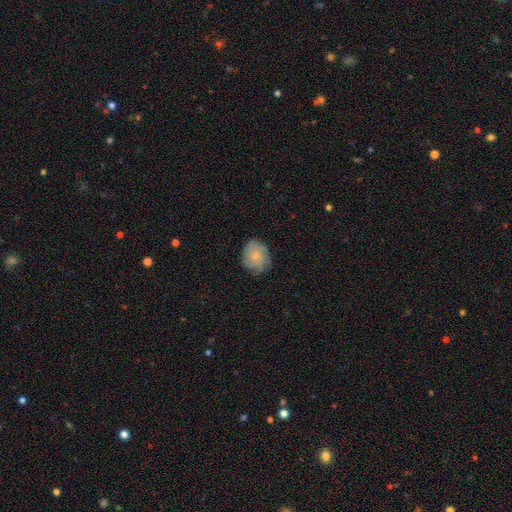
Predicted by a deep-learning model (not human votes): A smooth galaxy with no disk features (53%) that is round (67%).

Vote fractions:
- Smooth or featured? smooth: 53% / featured or disk: 39% / star or artifact: 8%
- How rounded? round: 67% / in between: 32% / cigar-shaped: 1%
- Merging? none: 74% / minor disturbance: 19% / major disturbance: 5% / merger: 1%